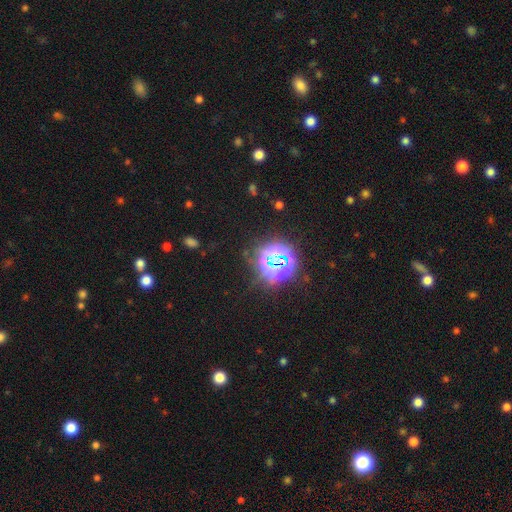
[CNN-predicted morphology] This appears to be a star or artifact, not a galaxy (81%).